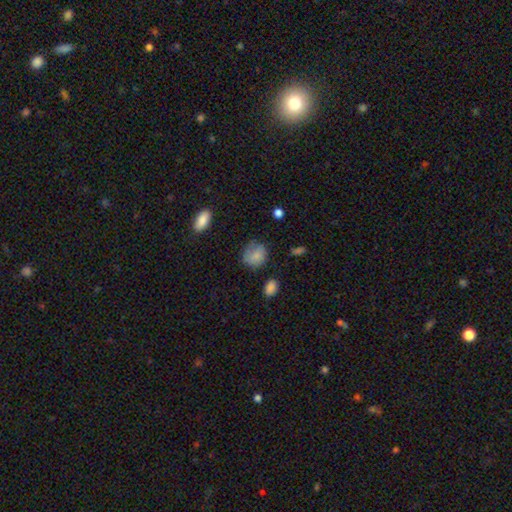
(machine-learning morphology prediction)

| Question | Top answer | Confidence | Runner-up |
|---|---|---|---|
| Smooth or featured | smooth | 79% | featured or disk (13%) |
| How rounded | round | 68% | in between (31%) |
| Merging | none | 57% | minor disturbance (29%) |